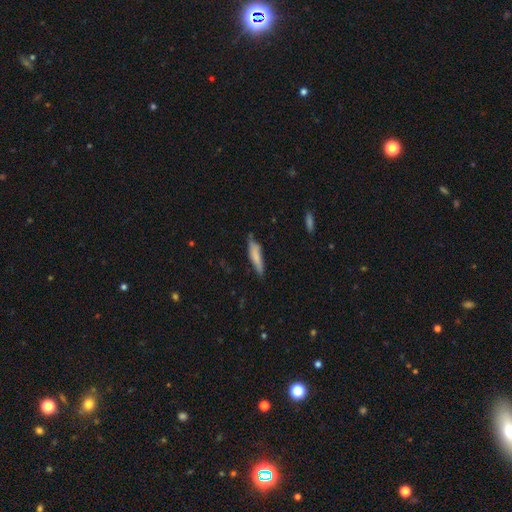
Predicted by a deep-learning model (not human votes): This appears to be a smooth galaxy with no disk features (77%) that is cigar-shaped (78%). Merging: none (70%).